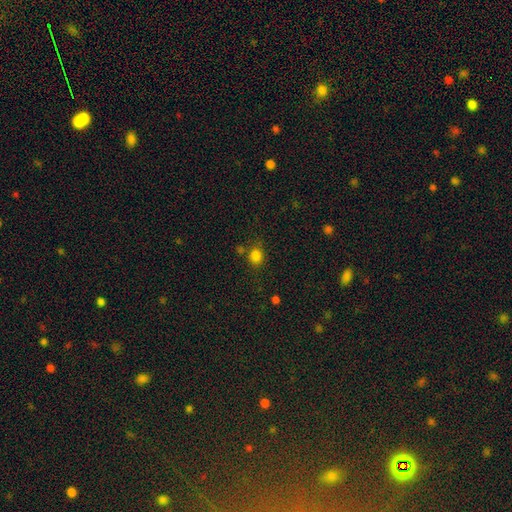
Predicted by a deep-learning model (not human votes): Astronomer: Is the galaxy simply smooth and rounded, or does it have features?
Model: smooth — 81%.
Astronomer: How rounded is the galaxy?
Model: round — 72%.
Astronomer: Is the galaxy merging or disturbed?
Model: none — 71%.